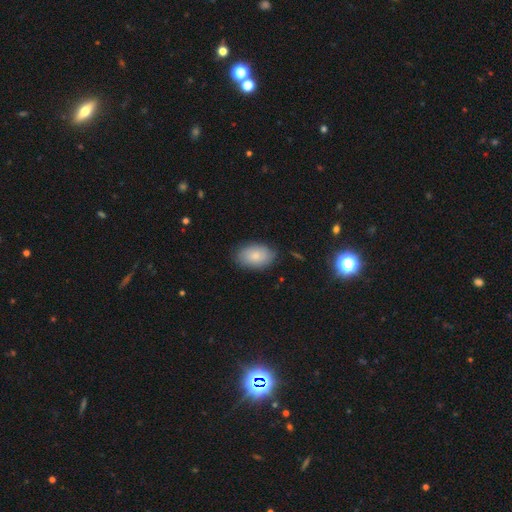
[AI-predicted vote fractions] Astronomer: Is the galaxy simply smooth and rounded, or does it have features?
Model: smooth — 78%.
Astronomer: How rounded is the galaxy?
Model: in between — 89%.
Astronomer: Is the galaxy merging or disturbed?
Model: none — 80%.